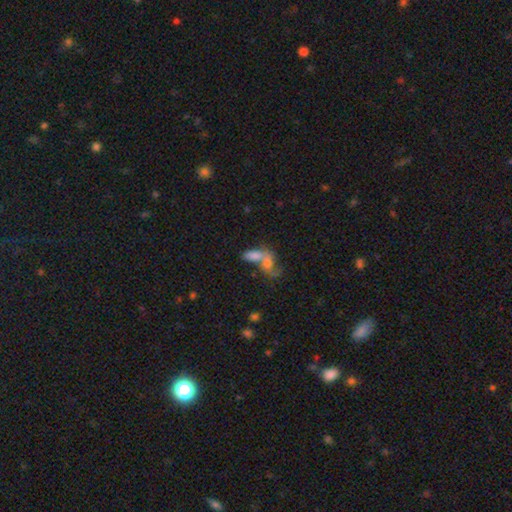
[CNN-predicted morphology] Smooth or featured? smooth (60%)
How rounded? in between (75%)
Merging? merger (63%)